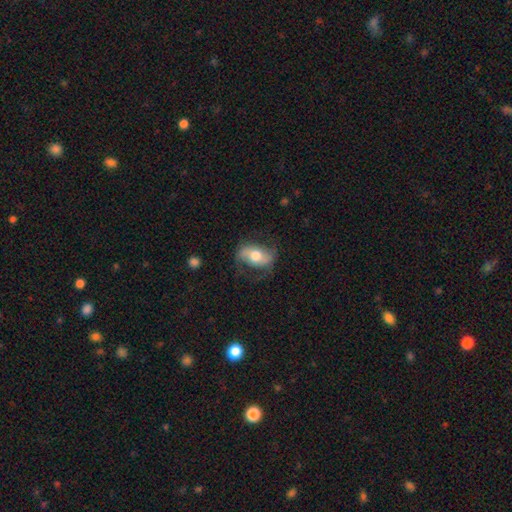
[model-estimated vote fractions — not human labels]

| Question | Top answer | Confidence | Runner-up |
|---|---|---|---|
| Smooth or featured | featured or disk | 49% | smooth (44%) |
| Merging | none | 63% | minor disturbance (22%) |